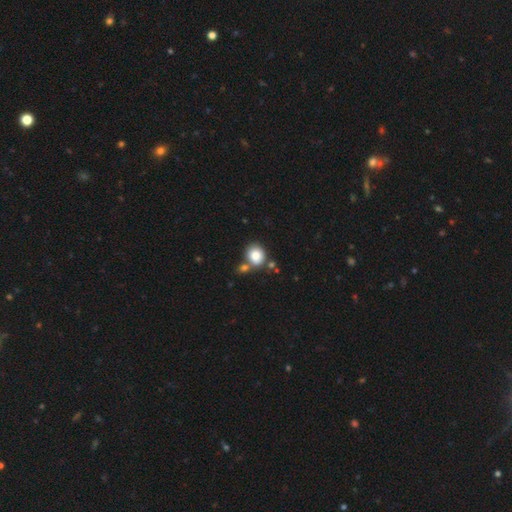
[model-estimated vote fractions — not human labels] smooth 83%, star or artifact 9%, featured or disk 8%. Down the decision tree: how rounded — round (65%); merging — none (58%).